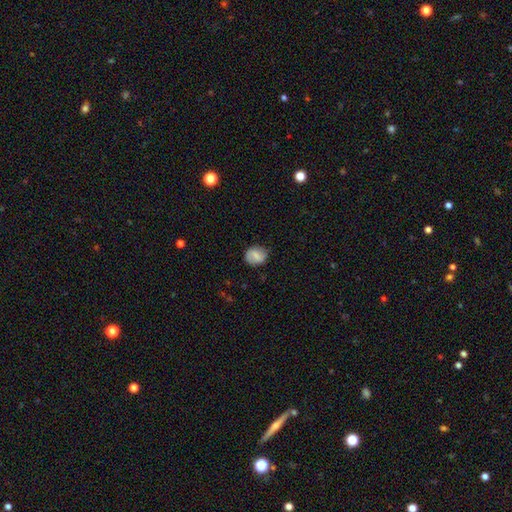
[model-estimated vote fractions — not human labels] Morphology: type=smooth (66%); roundness=round (63%); merging=none (81%).